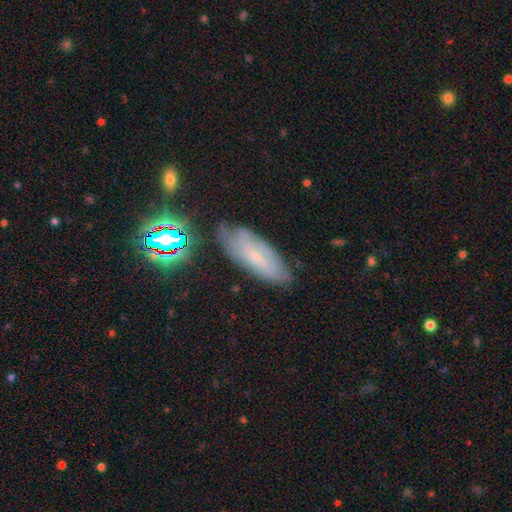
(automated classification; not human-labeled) Overall: featured or disk (50%; smooth 37%). Merging: none (71%).